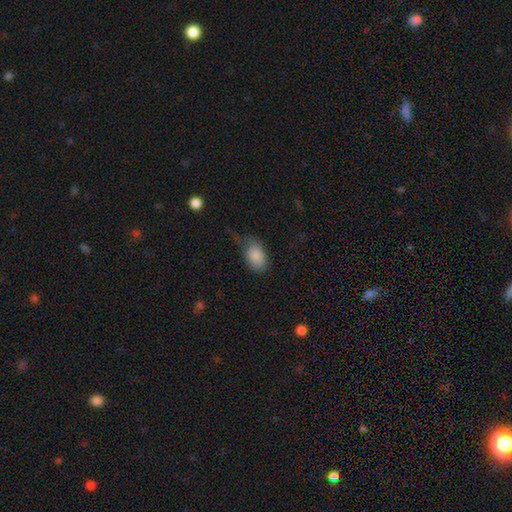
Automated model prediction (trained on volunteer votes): This appears to be a smooth galaxy with no disk features (86%) that is in between round and cigar-shaped (91%). Merging: none (35%).